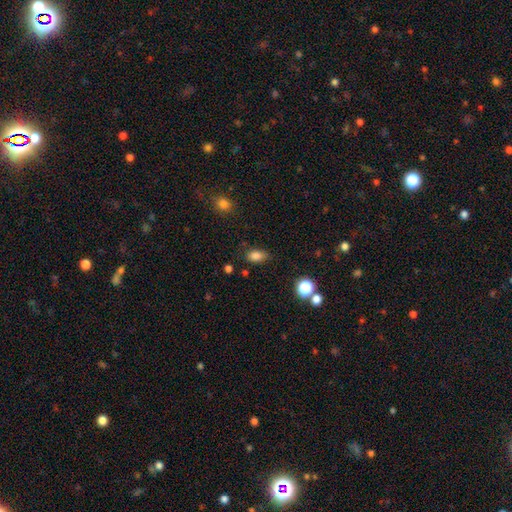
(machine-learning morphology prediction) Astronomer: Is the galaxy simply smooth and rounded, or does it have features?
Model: smooth — 83%.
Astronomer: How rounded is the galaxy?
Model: in between — 84%.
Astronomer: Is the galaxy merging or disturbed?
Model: none — 75%.